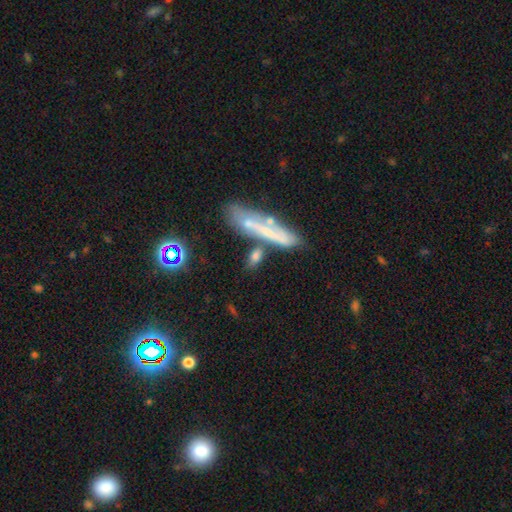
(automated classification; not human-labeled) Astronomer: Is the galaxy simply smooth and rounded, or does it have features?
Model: smooth — 66%.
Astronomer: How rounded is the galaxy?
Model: cigar-shaped — 49% (runner-up: in between, 44%).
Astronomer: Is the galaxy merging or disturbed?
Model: none — 54%.